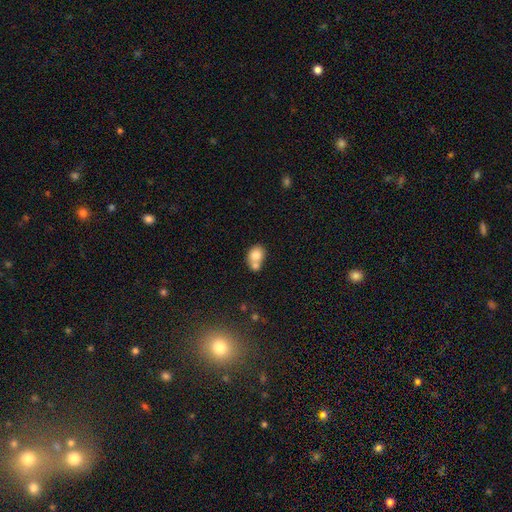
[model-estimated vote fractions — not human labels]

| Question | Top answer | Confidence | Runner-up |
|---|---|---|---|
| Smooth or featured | smooth | 76% | featured or disk (15%) |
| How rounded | round | 57% | in between (42%) |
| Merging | merger | 58% | none (30%) |